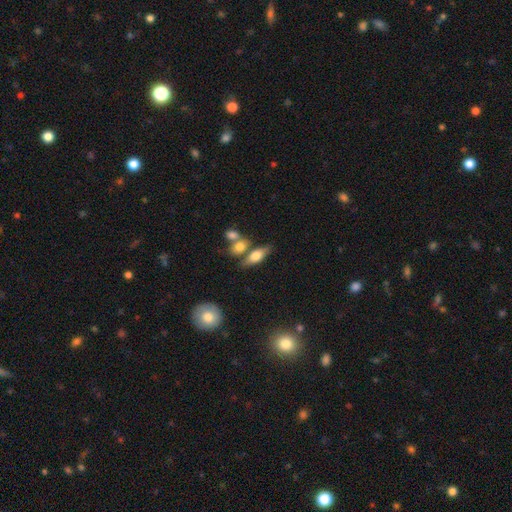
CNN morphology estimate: A smooth galaxy with no disk features (62%) that is in between round and cigar-shaped (69%). Merging: none (57%).